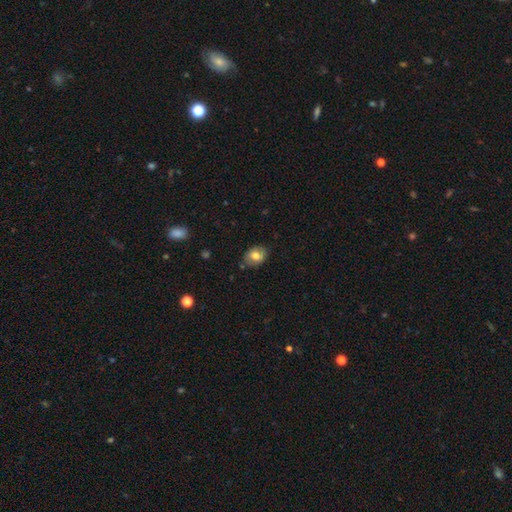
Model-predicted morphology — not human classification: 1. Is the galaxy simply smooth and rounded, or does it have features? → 75% smooth, 17% featured or disk, 8% star or artifact.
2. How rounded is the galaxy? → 69% in between, 30% round, 1% cigar-shaped.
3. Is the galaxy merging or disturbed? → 82% none, 14% minor disturbance, 3% major disturbance, 2% merger.